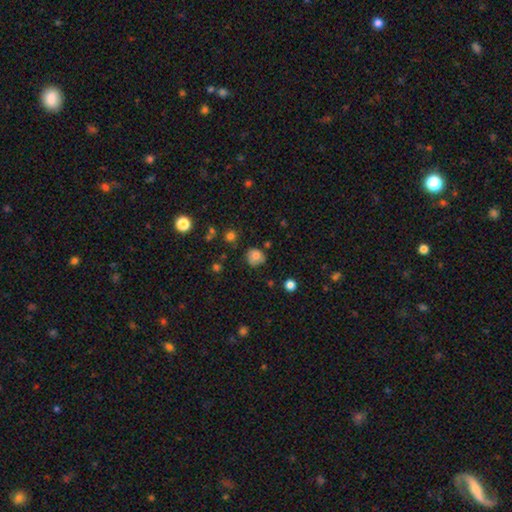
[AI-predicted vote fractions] Morphology: type=smooth (76%); roundness=round (78%); merging=none (66%).